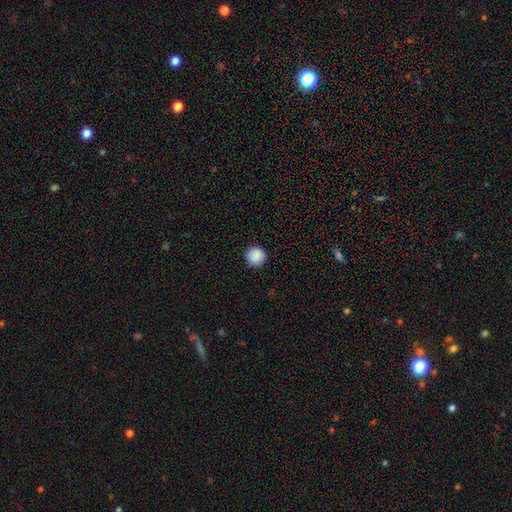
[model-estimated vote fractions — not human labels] Smooth or featured: smooth — 89% (star or artifact — 8%)
How rounded: round — 96% (in between — 3%)
Merging: none — 93% (minor disturbance — 5%)